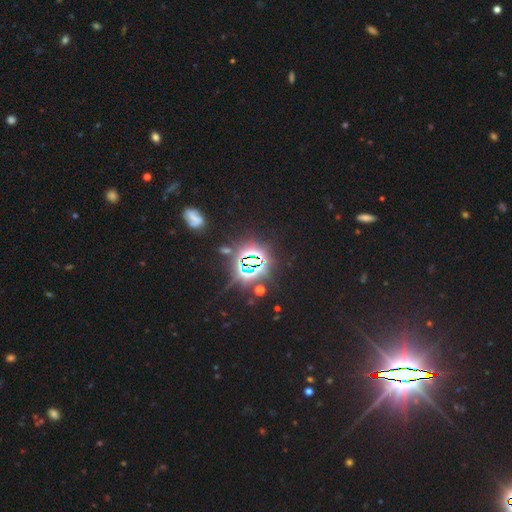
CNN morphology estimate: Smooth or featured: star or artifact — 85% (smooth — 8%)